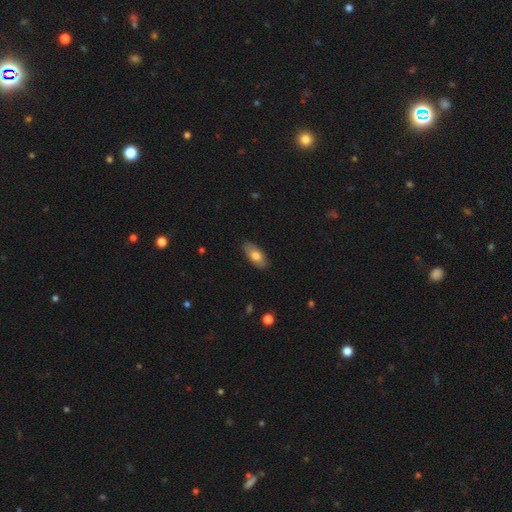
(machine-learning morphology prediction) smooth 74%, featured or disk 20%, star or artifact 6%. Down the decision tree: how rounded — in between (88%); merging — none (86%).